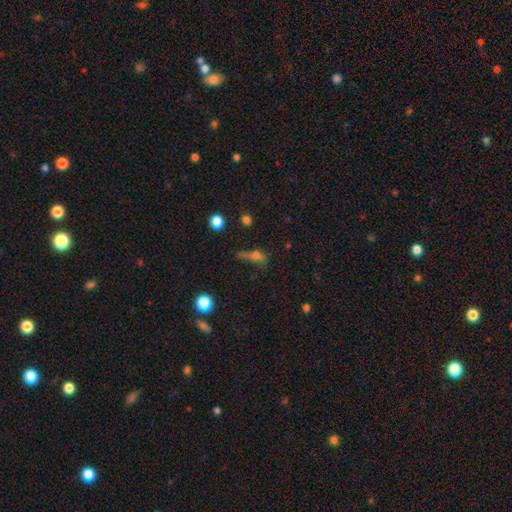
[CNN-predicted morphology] Overall: smooth (50%; star or artifact 25%). How rounded: cigar-shaped (42%; in between 41%). Merging: none (42%; major disturbance 25%).